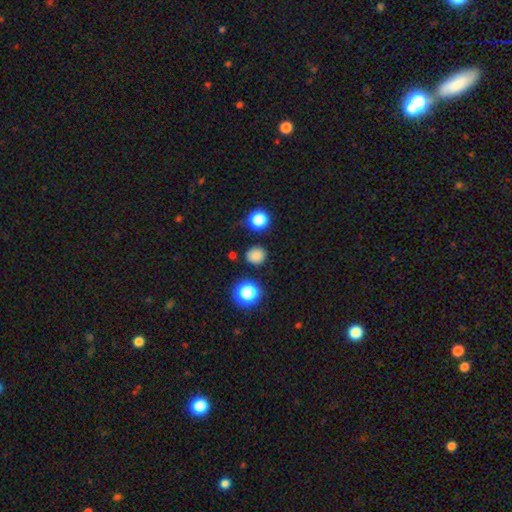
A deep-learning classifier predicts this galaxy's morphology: A smooth galaxy with no disk features (79%) that is round (85%). Merging: none (85%).